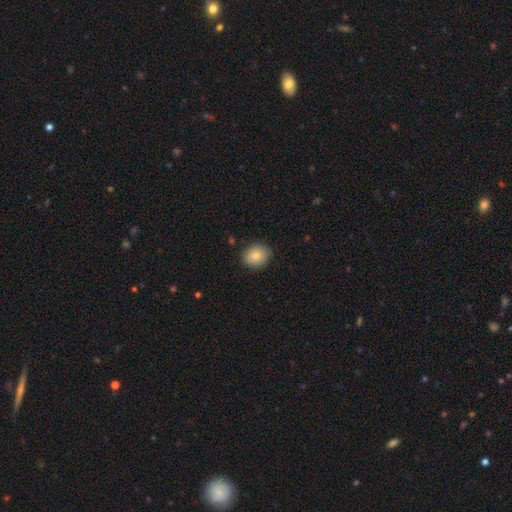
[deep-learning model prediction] A smooth galaxy with no disk features (84%) that is round (65%). Merging: none (87%).